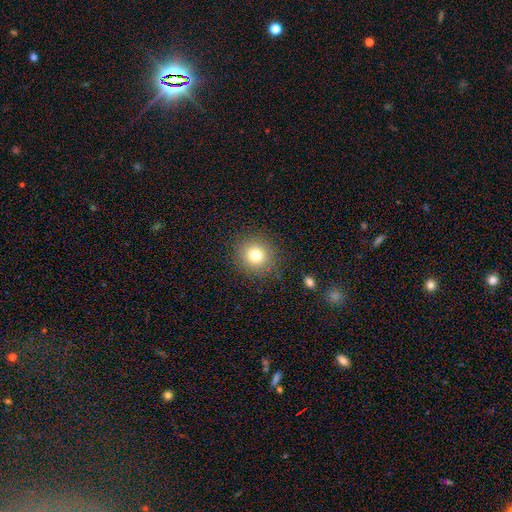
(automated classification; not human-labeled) smooth_or_featured: smooth (p=0.77) [alt: star or artifact p=0.13]
how_rounded: round (p=0.91) [alt: in between p=0.09]
merging: none (p=0.88) [alt: minor disturbance p=0.08]